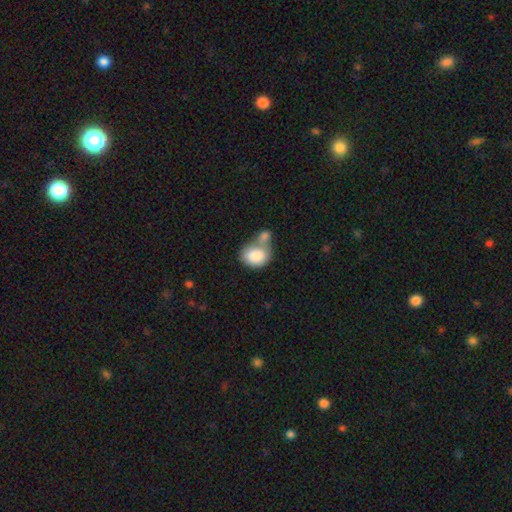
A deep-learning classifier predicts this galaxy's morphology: Smooth or featured: smooth — 85% (featured or disk — 9%)
How rounded: in between — 66% (round — 32%)
Merging: merger — 53% (none — 27%)